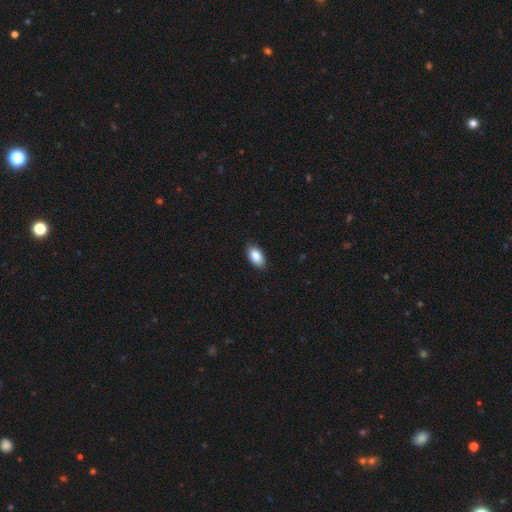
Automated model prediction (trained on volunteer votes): Smooth or featured? Predicted: smooth (p=0.87). How rounded? Predicted: in between (p=0.93). Merging? Predicted: none (p=0.88).